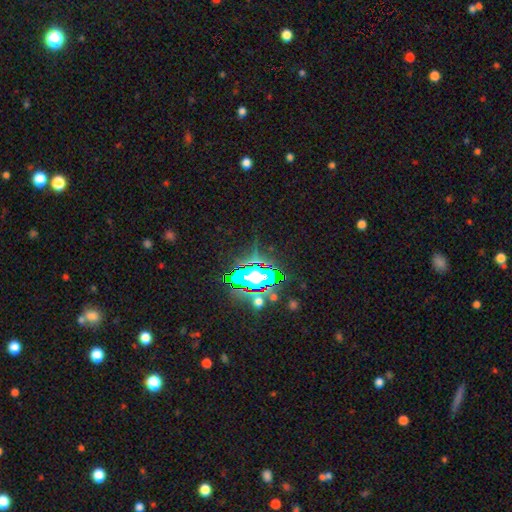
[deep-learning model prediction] Q: Smooth or featured?
A: star or artifact (76%); runner-up: smooth (14%)